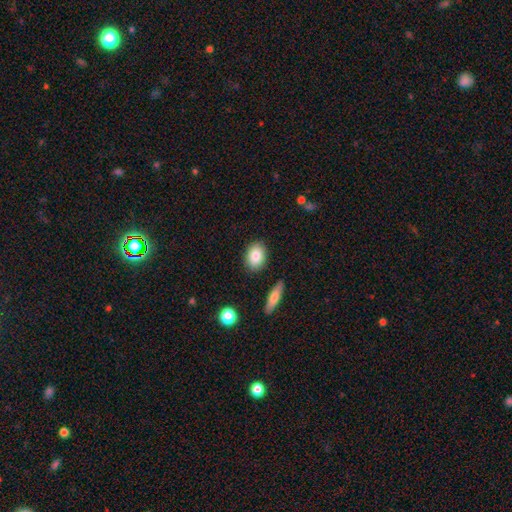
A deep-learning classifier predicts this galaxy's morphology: Smooth or featured: smooth — 85% (featured or disk — 8%)
How rounded: in between — 75% (round — 23%)
Merging: none — 86% (minor disturbance — 9%)